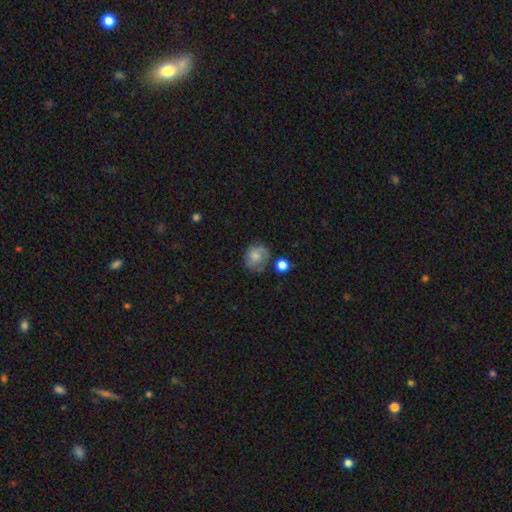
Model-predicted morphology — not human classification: Smooth or featured? Predicted: smooth (p=0.57). How rounded? Predicted: round (p=0.65). Merging? Predicted: none (p=0.59).